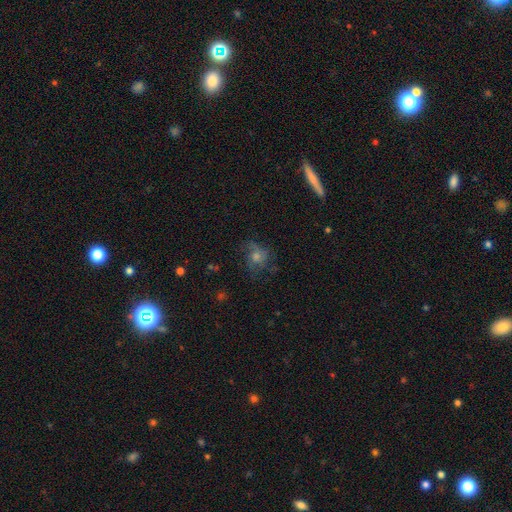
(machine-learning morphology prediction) type=featured or disk (55%); edge-on=no (93%); bar=no (77%); spiral arms=yes (82%); bulge=moderate (55%); merging=none (68%).